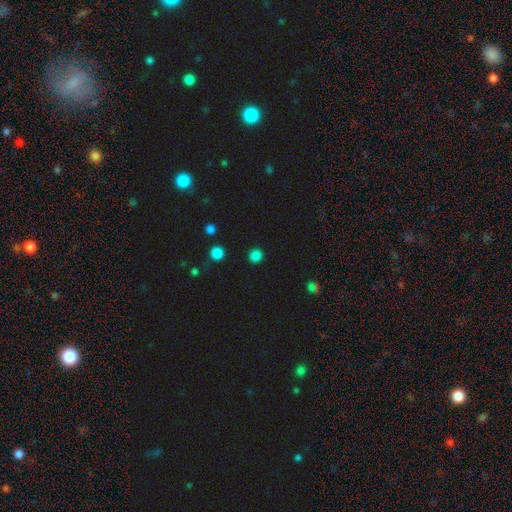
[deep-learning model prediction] The model was most divided on "smooth or featured": smooth: 83%, star or artifact: 14%, featured or disk: 3%. More confident: how rounded — round (92%); merging — none (91%).